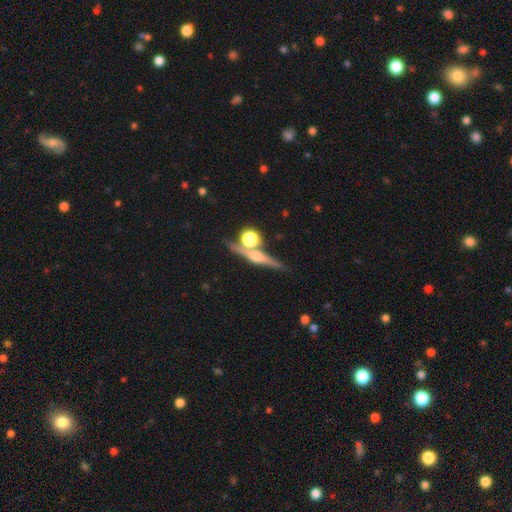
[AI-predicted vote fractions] A featured or disk galaxy (71%) viewed edge-on (95%) with a rounded central bulge (86%). Merging: none (74%).